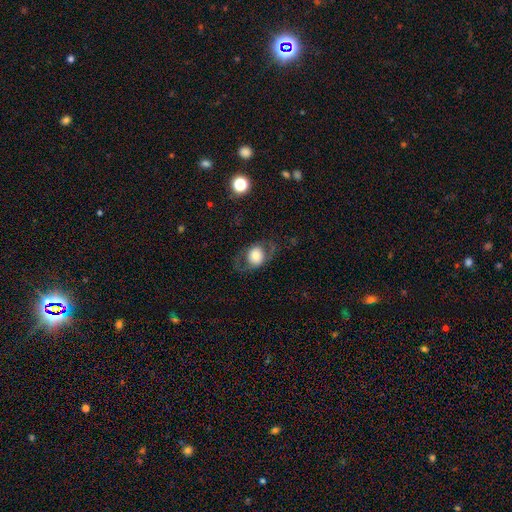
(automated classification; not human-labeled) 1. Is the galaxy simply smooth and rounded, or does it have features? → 56% smooth, 36% featured or disk, 8% star or artifact.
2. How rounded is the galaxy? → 59% round, 40% in between, 1% cigar-shaped.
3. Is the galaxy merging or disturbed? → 66% none, 16% minor disturbance, 16% major disturbance, 2% merger.